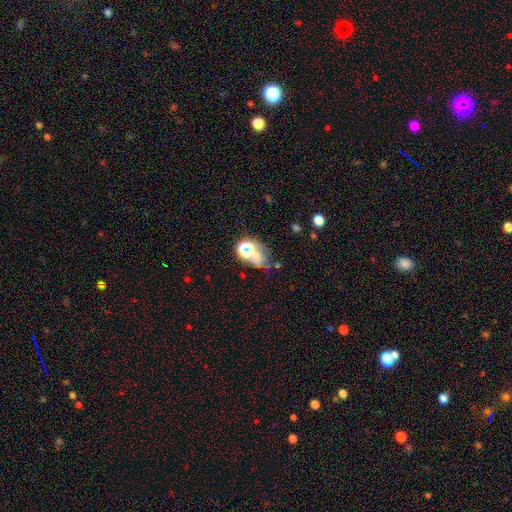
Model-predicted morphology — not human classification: smooth 45%, star or artifact 38%, featured or disk 17%. Down the decision tree: merging — none (45%).